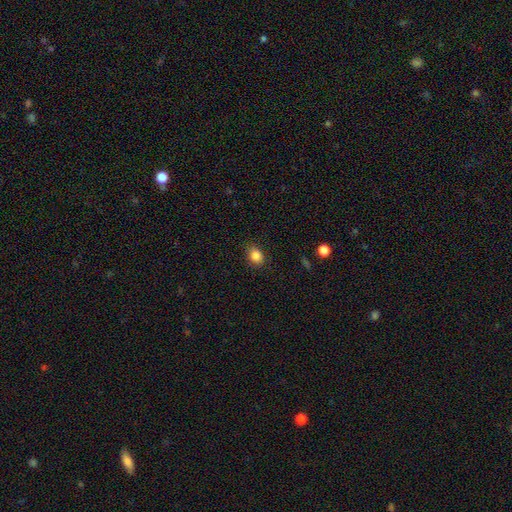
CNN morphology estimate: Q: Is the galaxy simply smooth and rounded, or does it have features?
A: smooth — 85%.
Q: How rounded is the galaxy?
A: in between — 59%.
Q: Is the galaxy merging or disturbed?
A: none — 83%.